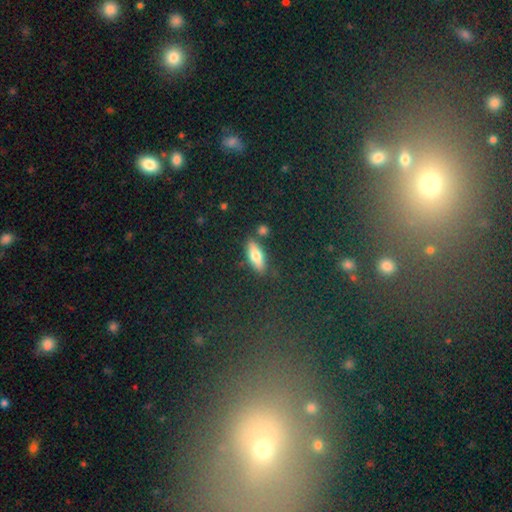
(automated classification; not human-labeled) Smooth or featured? Predicted: smooth (p=0.70). How rounded? Predicted: in between (p=0.61). Merging? Predicted: none (p=0.79).